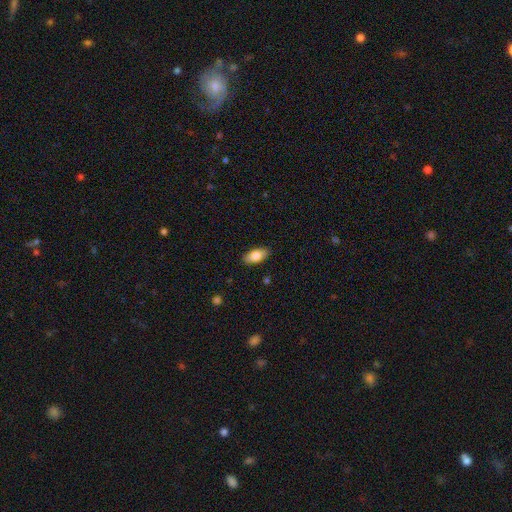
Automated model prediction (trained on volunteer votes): The model was most divided on "smooth or featured": smooth: 83%, featured or disk: 10%, star or artifact: 6%. More confident: how rounded — in between (90%); merging — none (88%).